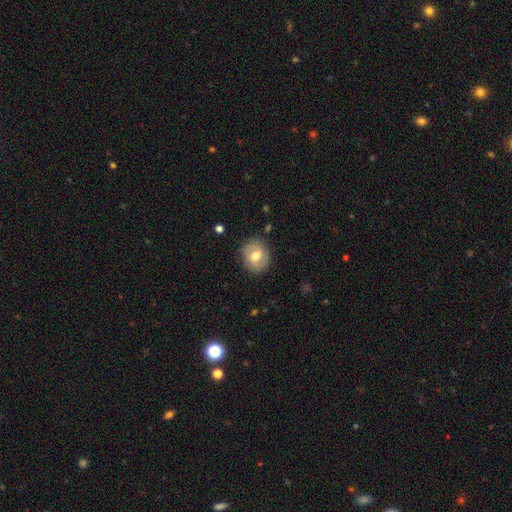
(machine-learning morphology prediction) Smooth or featured? featured or disk (51%)
Edge-on disk? no (96%)
Merging? none (81%)